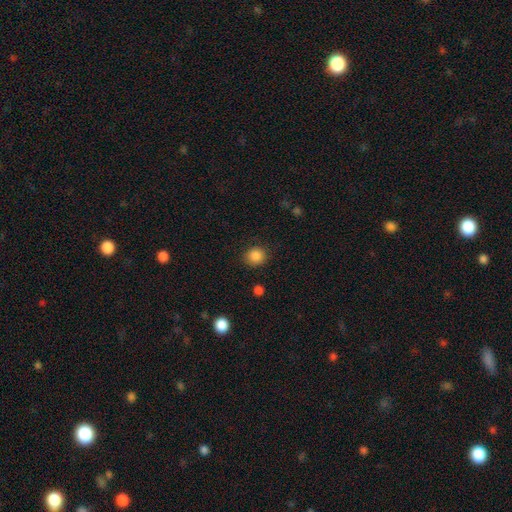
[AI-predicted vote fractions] smooth 86%, star or artifact 10%, featured or disk 3%. Down the decision tree: how rounded — round (86%); merging — none (88%).